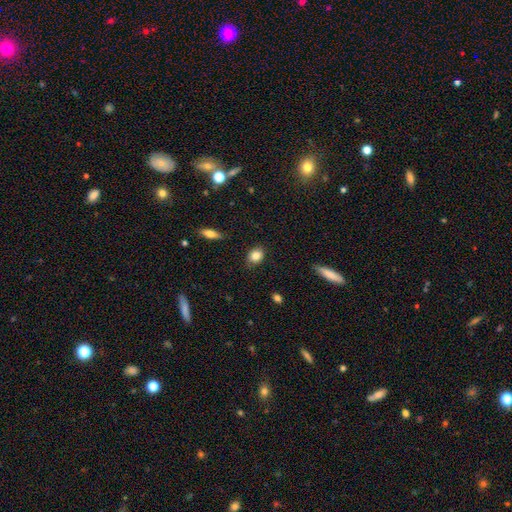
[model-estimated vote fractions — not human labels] Smooth or featured: smooth — 85% (star or artifact — 9%)
How rounded: in between — 50% (round — 49%)
Merging: none — 85% (minor disturbance — 11%)